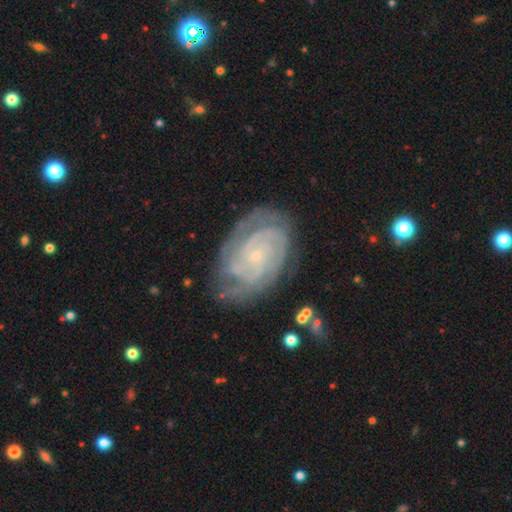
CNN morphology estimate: Smooth or featured: featured or disk — 87% (smooth — 7%)
Edge-on disk: no — 97% (yes — 3%)
Bar: no — 73% (weak — 21%)
Spiral arms: yes — 97% (no — 3%)
Spiral winding: tight — 75% (medium — 21%)
Spiral arm count: 2 — 31% (can't tell — 23%)
Bulge size: small — 86% (moderate — 9%)
Merging: none — 75% (minor disturbance — 18%)